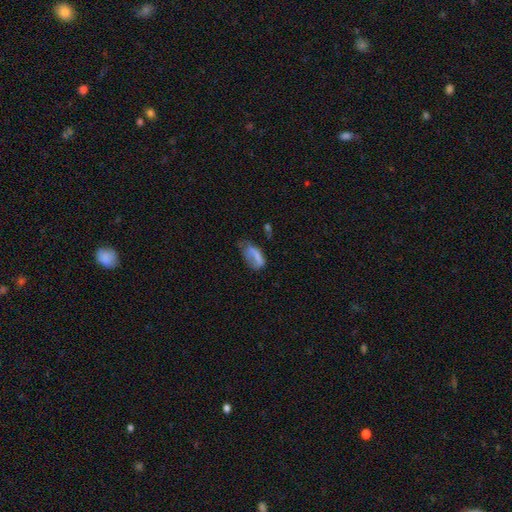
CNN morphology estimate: Smooth or featured? smooth (66%)
How rounded? in between (89%)
Merging? major disturbance (37%)